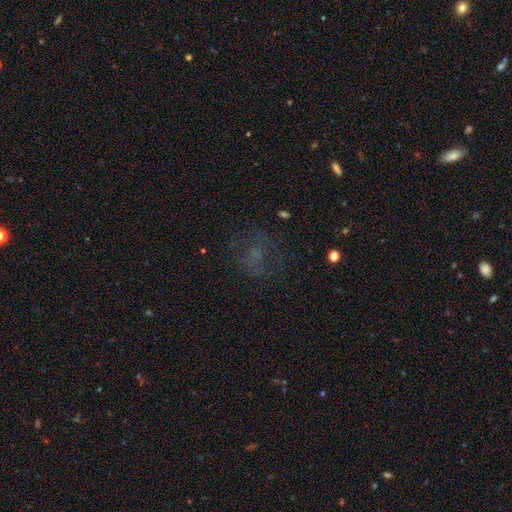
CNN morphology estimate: A smooth galaxy with no disk features (39%). Merging: none (63%).